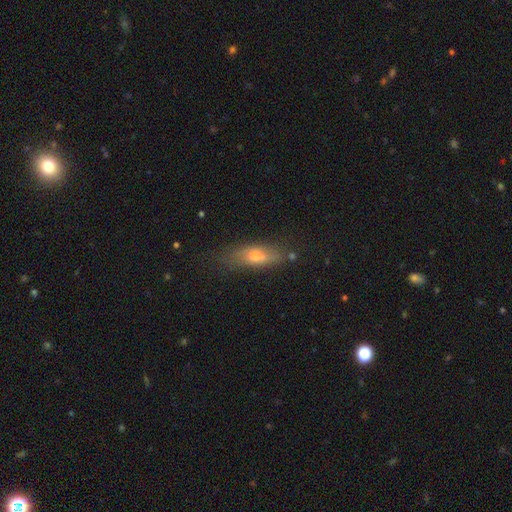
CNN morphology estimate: A smooth galaxy with no disk features (56%) that is in between round and cigar-shaped (53%). Merging: none (66%).